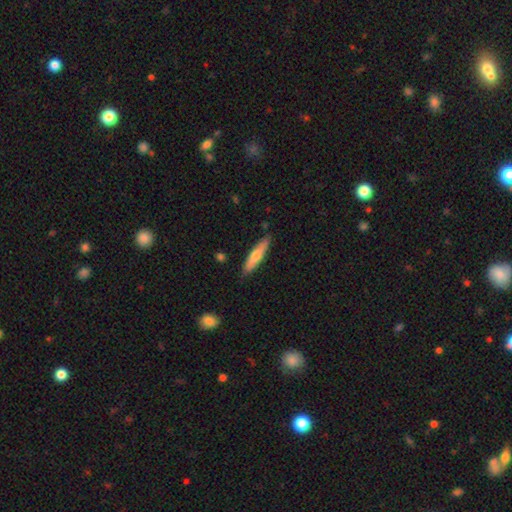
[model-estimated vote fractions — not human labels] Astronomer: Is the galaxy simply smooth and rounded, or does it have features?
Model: smooth — 59% (runner-up: featured or disk, 36%).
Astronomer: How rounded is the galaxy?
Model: cigar-shaped — 84%.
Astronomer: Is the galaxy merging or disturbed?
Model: none — 86%.